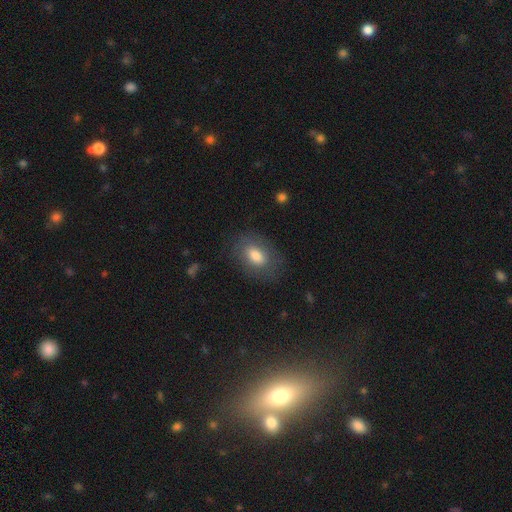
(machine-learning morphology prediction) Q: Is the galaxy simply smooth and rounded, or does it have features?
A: smooth — 77%.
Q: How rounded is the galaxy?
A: in between — 85%.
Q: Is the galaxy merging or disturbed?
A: none — 77%.